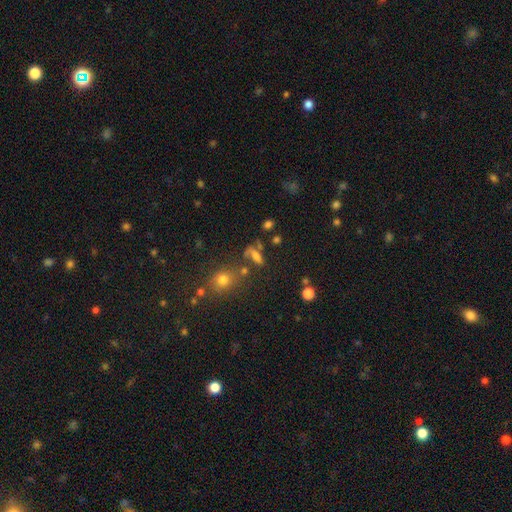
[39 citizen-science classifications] Smooth or featured?
  - smooth: 85% *
  - star or artifact: 10%
  - featured or disk: 5%
How rounded?
  - in between: 48% *
  - round: 36%
  - cigar-shaped: 15%
Merging?
  - none: 54% *
  - major disturbance: 20%
  - merger: 20%
  - minor disturbance: 6%